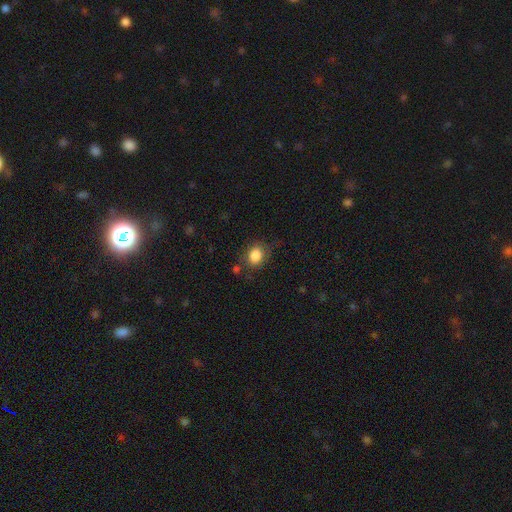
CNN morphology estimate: type=smooth (84%); roundness=round (54%); merging=none (71%).